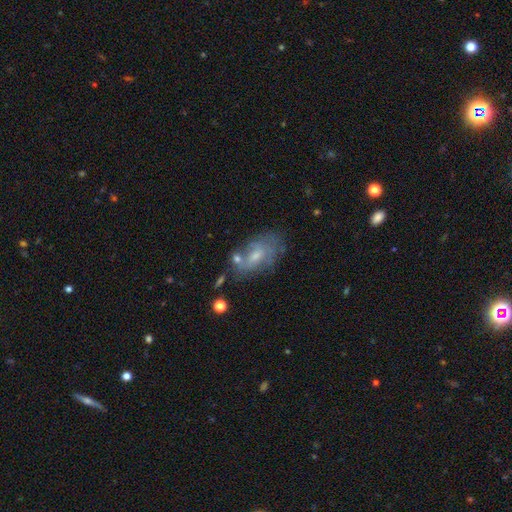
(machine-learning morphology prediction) featured or disk 48%, smooth 41%, star or artifact 11%. Down the decision tree: merging — none (54%).